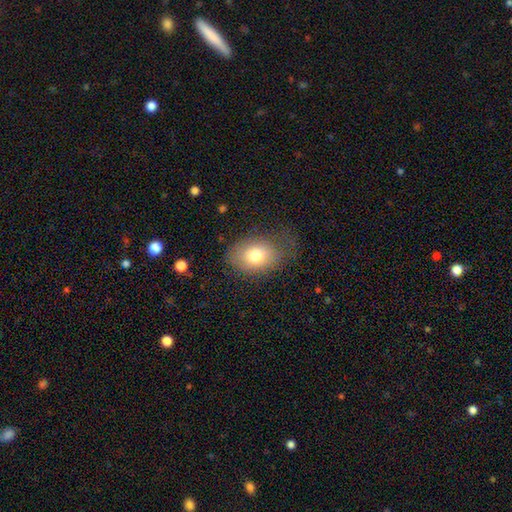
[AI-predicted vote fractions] Smooth or featured? smooth (77%)
How rounded? in between (76%)
Merging? none (63%)